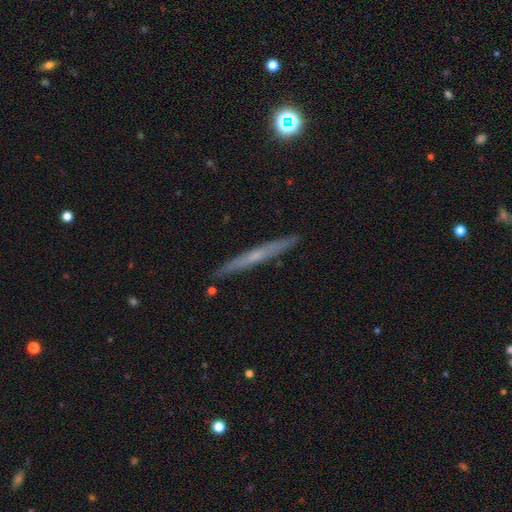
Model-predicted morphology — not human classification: Smooth or featured? Predicted: featured or disk (p=0.60). Edge-on disk? Predicted: yes (p=0.96). Edge-on bulge? Predicted: none (p=0.59). Merging? Predicted: none (p=0.90).